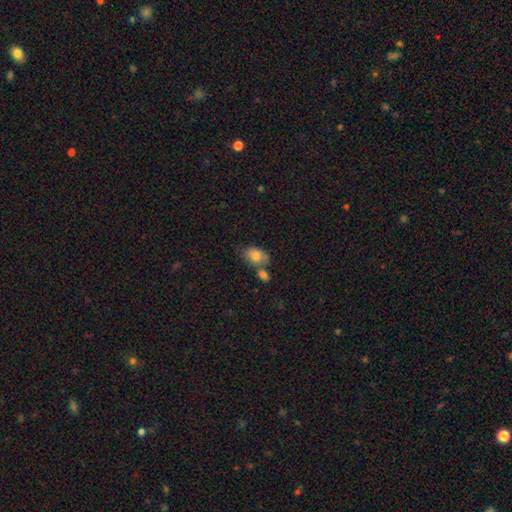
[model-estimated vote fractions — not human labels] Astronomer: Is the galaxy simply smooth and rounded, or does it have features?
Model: smooth — 80%.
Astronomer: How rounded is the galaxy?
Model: in between — 81%.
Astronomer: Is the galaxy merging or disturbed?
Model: none — 40% (runner-up: merger, 36%).